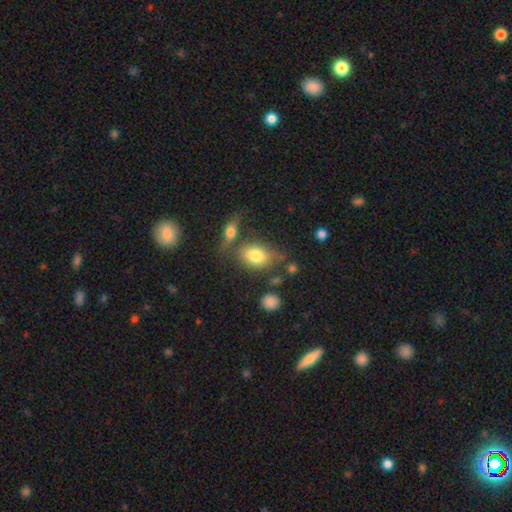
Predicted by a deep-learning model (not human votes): Smooth or featured? Predicted: smooth (p=0.78). How rounded? Predicted: in between (p=0.80). Merging? Predicted: none (p=0.55).